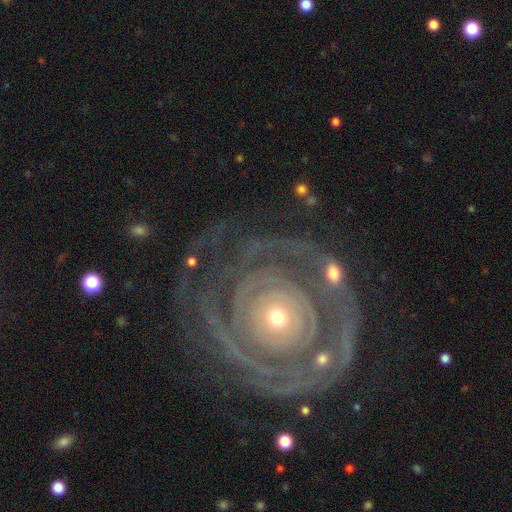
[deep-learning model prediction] smooth-or-featured: featured or disk: 85% | smooth: 9% | star or artifact: 6%
  disk-edge-on: no: 97% | yes: 3%
    bar: no: 85% | weak: 10% | strong: 6%
    has-spiral-arms: yes: 84% | no: 16%
      spiral-winding: tight: 83% | medium: 12% | loose: 5%
      spiral-arm-count: can't tell: 36% | 2: 22% | 3: 15% | 4: 10% | more than 4: 9% | 1: 9%
    bulge-size: small: 66% | moderate: 28% | large: 3% | dominant: 1% | none: 1%
  merging: none: 71% | minor disturbance: 15% | major disturbance: 11% | merger: 2%